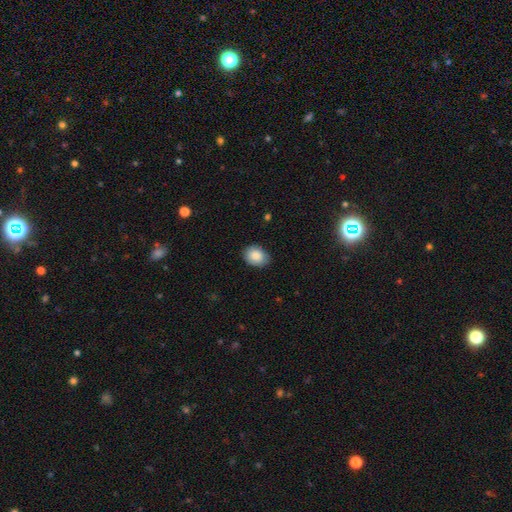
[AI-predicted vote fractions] Smooth or featured?
  - smooth: 87% *
  - star or artifact: 7%
  - featured or disk: 5%
How rounded?
  - in between: 60% *
  - round: 39%
  - cigar-shaped: 1%
Merging?
  - none: 83% *
  - minor disturbance: 14%
  - major disturbance: 2%
  - merger: 1%